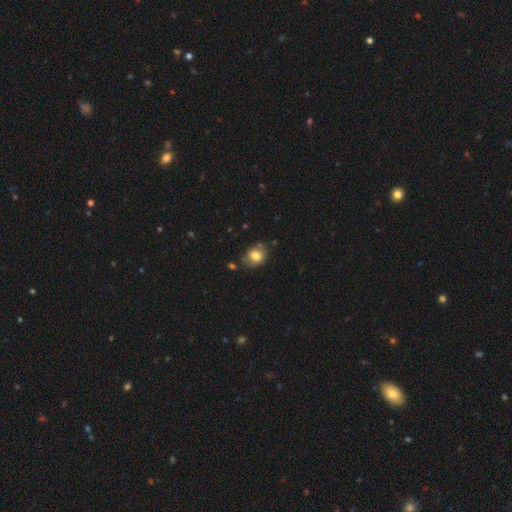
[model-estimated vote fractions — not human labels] smooth-or-featured: smooth: 79% | featured or disk: 12% | star or artifact: 9%
  how-rounded: round: 57% | in between: 42% | cigar-shaped: 1%
  merging: none: 70% | minor disturbance: 20% | merger: 6% | major disturbance: 5%